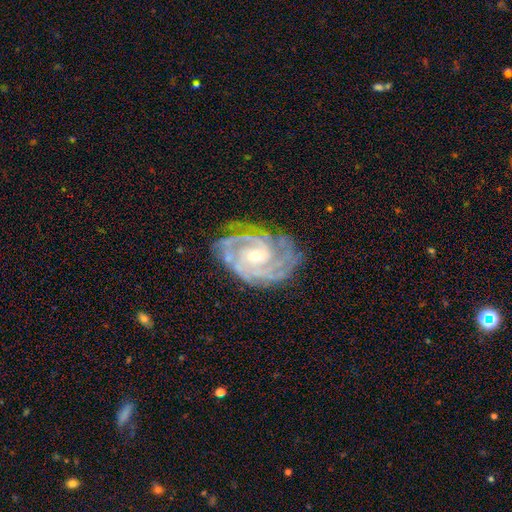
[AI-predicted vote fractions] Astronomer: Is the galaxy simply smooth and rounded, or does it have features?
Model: featured or disk — 91%.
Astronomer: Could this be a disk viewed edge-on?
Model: no — 97%.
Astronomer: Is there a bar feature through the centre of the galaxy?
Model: no — 58%.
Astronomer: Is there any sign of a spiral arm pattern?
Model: yes — 98%.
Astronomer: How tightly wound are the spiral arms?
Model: tight — 70%.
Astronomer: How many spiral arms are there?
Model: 3 — 30% (runner-up: 2, 20%).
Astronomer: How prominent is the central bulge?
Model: small — 59% (runner-up: moderate, 39%).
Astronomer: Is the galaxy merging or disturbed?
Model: none — 73%.